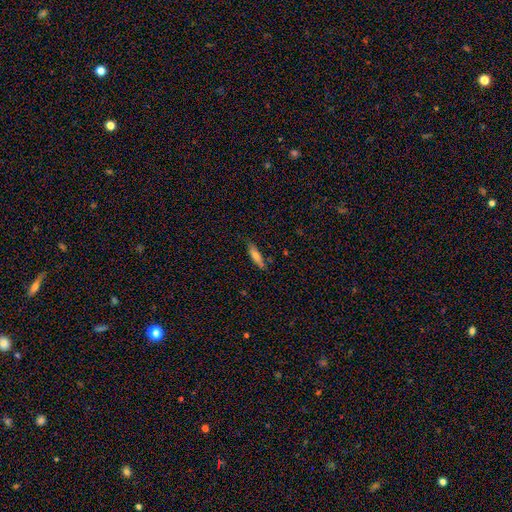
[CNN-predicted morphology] Overall: smooth (70%). How rounded: cigar-shaped (66%; in between 32%). Merging: none (81%).